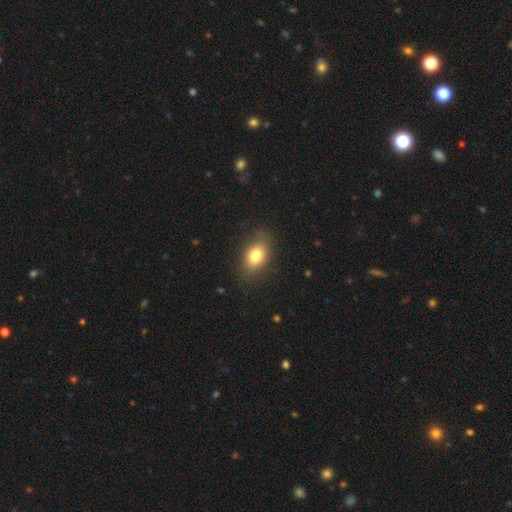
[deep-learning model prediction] smooth-or-featured: smooth: 78% | featured or disk: 13% | star or artifact: 9%
  how-rounded: in between: 82% | round: 16% | cigar-shaped: 2%
  merging: none: 79% | minor disturbance: 15% | major disturbance: 5% | merger: 1%